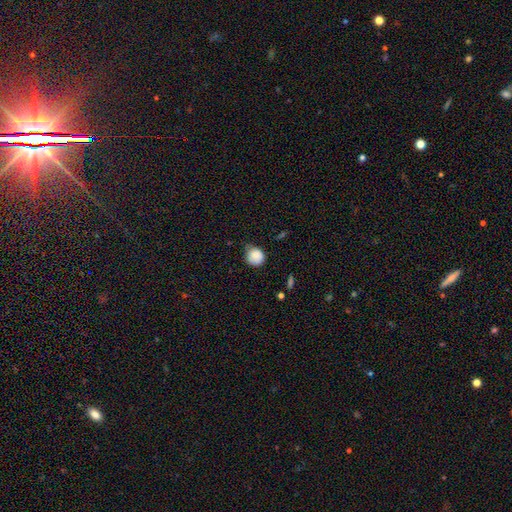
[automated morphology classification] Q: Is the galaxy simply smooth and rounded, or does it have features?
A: smooth — 82%.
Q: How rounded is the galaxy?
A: round — 86%.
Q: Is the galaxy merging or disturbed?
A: none — 58%.